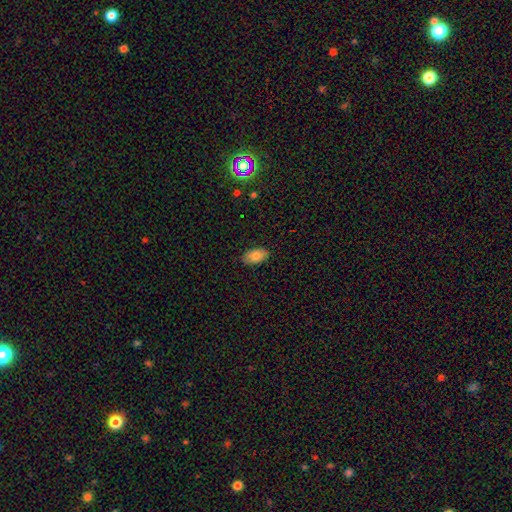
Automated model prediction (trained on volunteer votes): Smooth or featured? smooth (84%)
How rounded? in between (94%)
Merging? none (88%)